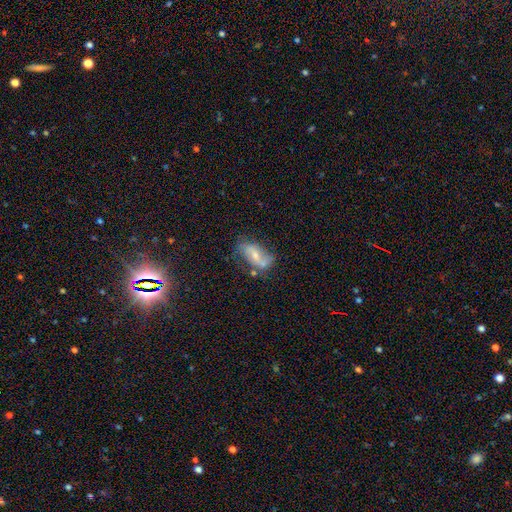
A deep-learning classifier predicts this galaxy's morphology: The model was most divided on "bulge size": small: 48%, moderate: 45%, none: 4%, large: 3%, dominant: 1%. Remaining: edge-on disk — no (93%); spiral arms — yes (83%); smooth or featured — featured or disk (64%); merging — none (56%); bar — no (42%).